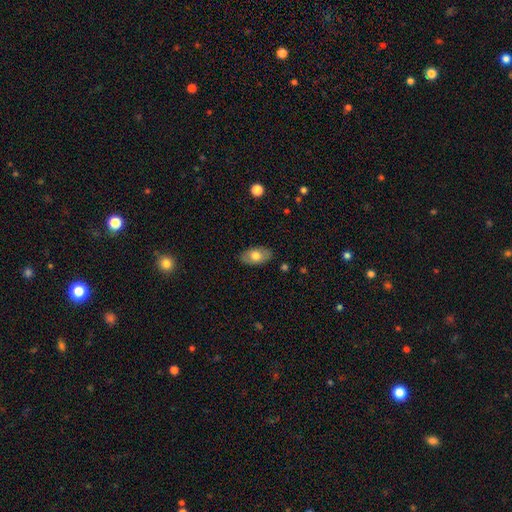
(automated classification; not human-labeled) A smooth galaxy with no disk features (68%) that is in between round and cigar-shaped (93%).

Vote fractions:
- Smooth or featured? smooth: 68% / featured or disk: 25% / star or artifact: 6%
- How rounded? in between: 93% / round: 5% / cigar-shaped: 2%
- Merging? none: 85% / minor disturbance: 11% / major disturbance: 2% / merger: 1%